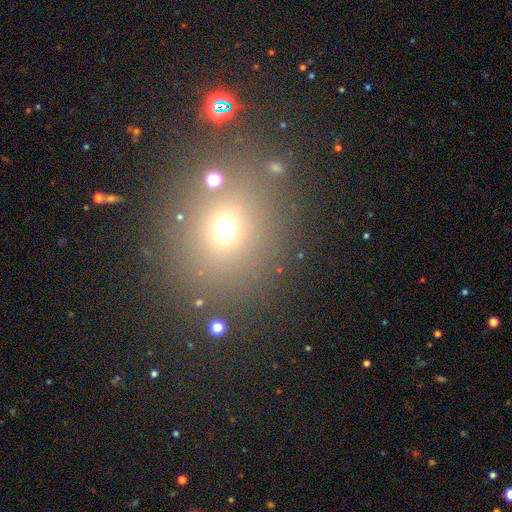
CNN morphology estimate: Smooth or featured? smooth (58%)
How rounded? round (70%)
Merging? none (81%)